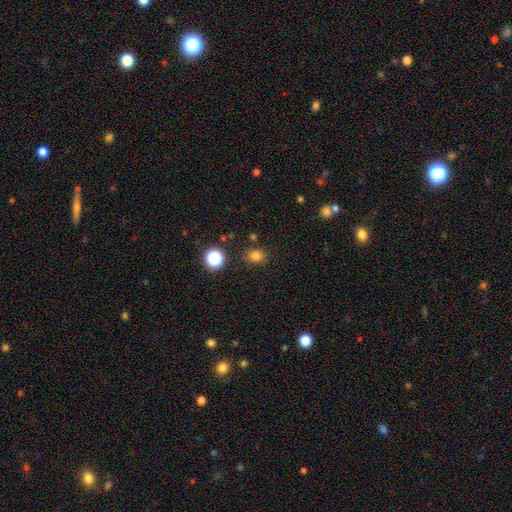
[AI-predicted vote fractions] A smooth galaxy with no disk features (78%) that is round (67%).

Vote fractions:
- Smooth or featured? smooth: 78% / star or artifact: 17% / featured or disk: 5%
- How rounded? round: 67% / in between: 32% / cigar-shaped: 1%
- Merging? none: 83% / minor disturbance: 11% / merger: 4% / major disturbance: 3%